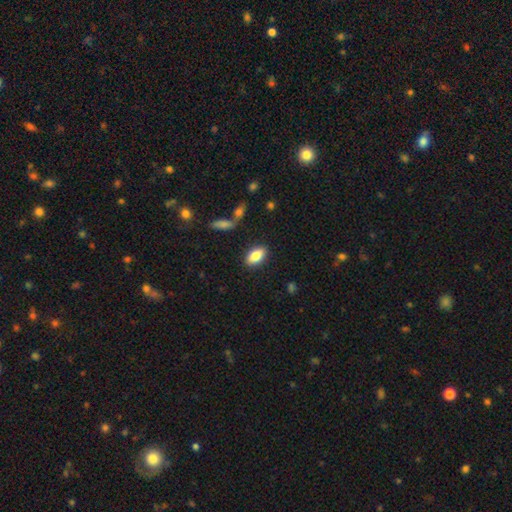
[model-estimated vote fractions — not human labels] Smooth or featured? Predicted: smooth (p=0.82). How rounded? Predicted: in between (p=0.89). Merging? Predicted: none (p=0.86).